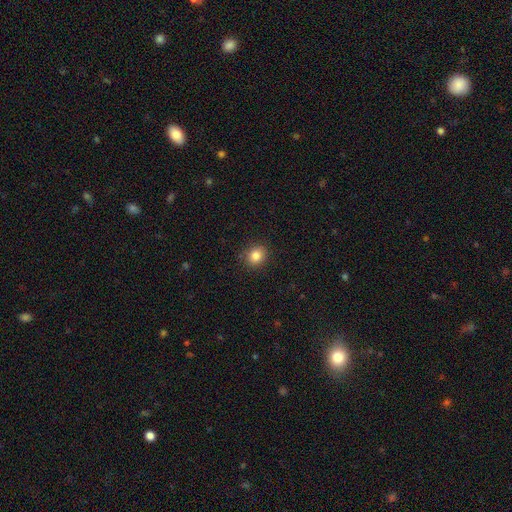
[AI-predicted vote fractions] A smooth galaxy with no disk features (84%) that is round (75%).

Vote fractions:
- Smooth or featured? smooth: 84% / star or artifact: 11% / featured or disk: 6%
- How rounded? round: 75% / in between: 24% / cigar-shaped: 1%
- Merging? none: 89% / minor disturbance: 8% / major disturbance: 2% / merger: 1%